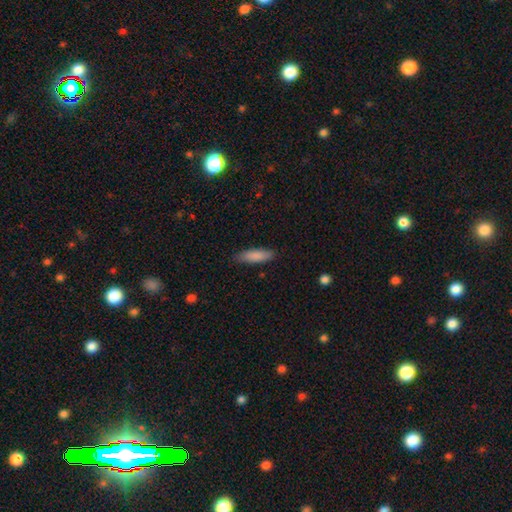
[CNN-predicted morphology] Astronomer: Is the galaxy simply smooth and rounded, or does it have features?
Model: smooth — 87%.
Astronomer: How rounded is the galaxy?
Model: cigar-shaped — 56% (runner-up: in between, 42%).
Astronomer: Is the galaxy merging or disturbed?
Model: none — 85%.